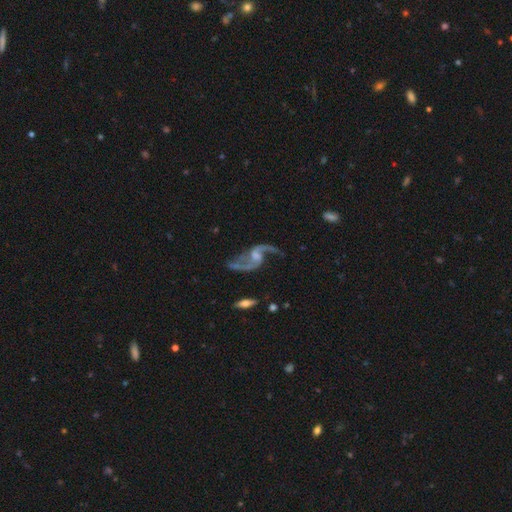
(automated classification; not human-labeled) Smooth or featured?
  - featured or disk: 91% *
  - star or artifact: 5%
  - smooth: 4%
Edge-on disk?
  - no: 97% *
  - yes: 3%
Bar?
  - weak: 45% *
  - no: 44%
  - strong: 11%
Spiral arms?
  - yes: 97% *
  - no: 3%
Spiral winding?
  - loose: 81% *
  - medium: 15%
  - tight: 3%
Spiral arm count?
  - 2: 93% *
  - 1: 2%
  - can't tell: 2%
  - 3: 1%
  - 4: 1%
  - more than 4: 1%
Bulge size?
  - small: 43% *
  - moderate: 31%
  - none: 21%
  - large: 4%
  - dominant: 1%
Merging?
  - none: 66% *
  - minor disturbance: 17%
  - major disturbance: 13%
  - merger: 4%